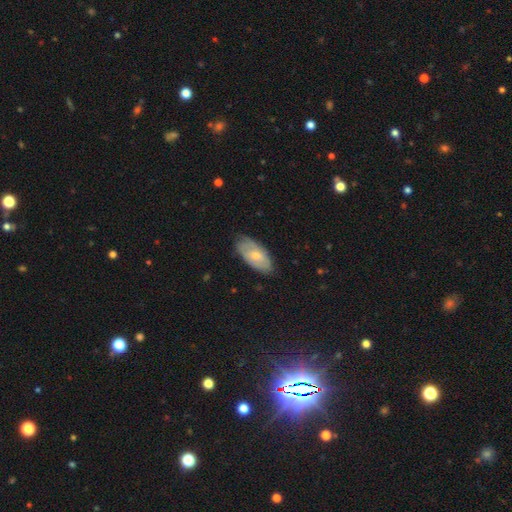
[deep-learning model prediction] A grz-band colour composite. It shows a smooth galaxy with no disk features (50%) that is in between round and cigar-shaped (91%). Merging: none (72%).